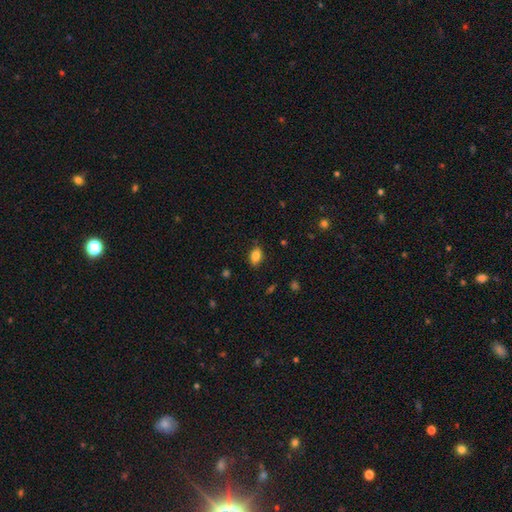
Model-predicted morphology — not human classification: smooth-or-featured: smooth: 85% | star or artifact: 9% | featured or disk: 6%
  how-rounded: in between: 87% | round: 11% | cigar-shaped: 3%
  merging: none: 84% | minor disturbance: 12% | major disturbance: 3% | merger: 1%